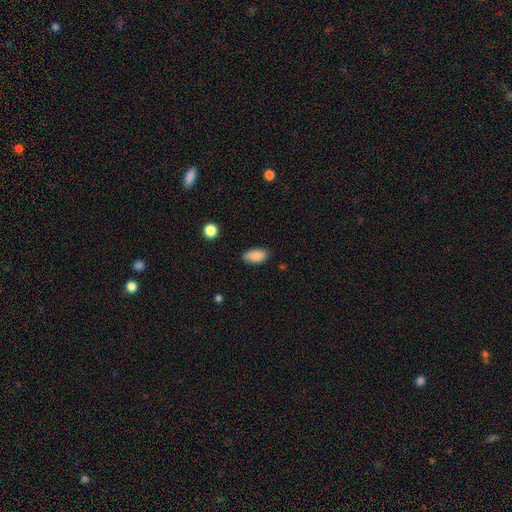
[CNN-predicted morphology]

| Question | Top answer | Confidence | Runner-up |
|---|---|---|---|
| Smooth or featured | smooth | 88% | star or artifact (8%) |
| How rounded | in between | 93% | round (4%) |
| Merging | none | 82% | minor disturbance (14%) |